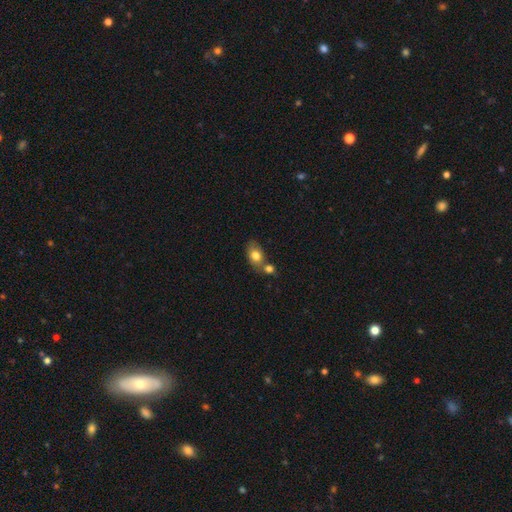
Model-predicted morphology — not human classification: This appears to be a smooth galaxy with no disk features (79%) that is in between round and cigar-shaped (78%). Merging: none (42%).